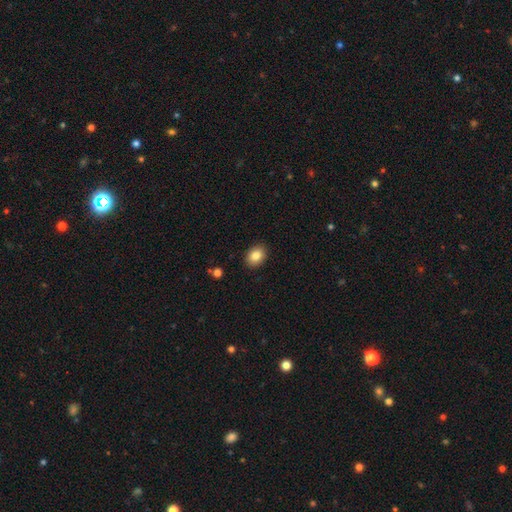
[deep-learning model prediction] A smooth galaxy with no disk features (85%) that is in between round and cigar-shaped (65%).

Vote fractions:
- Smooth or featured? smooth: 85% / star or artifact: 9% / featured or disk: 6%
- How rounded? in between: 65% / round: 34% / cigar-shaped: 1%
- Merging? none: 90% / minor disturbance: 7% / major disturbance: 2% / merger: 1%